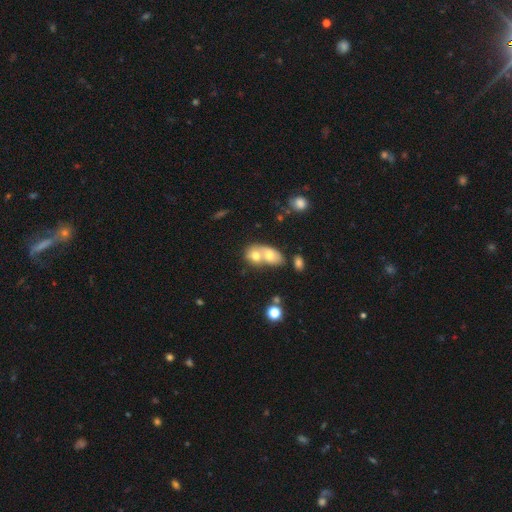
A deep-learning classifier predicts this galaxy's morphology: This is likely a smooth galaxy (65%). How rounded: likely in between (61%). Merging: likely merger (75%).